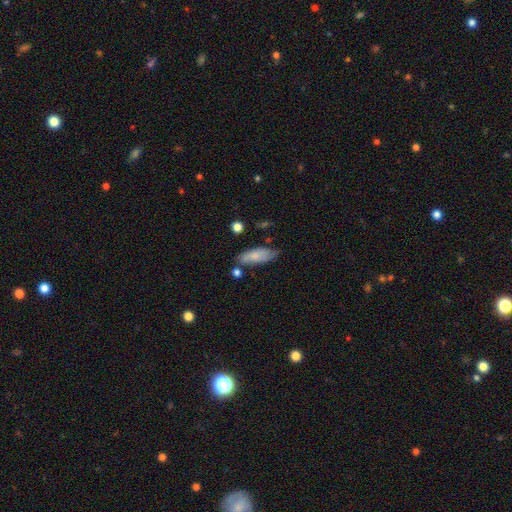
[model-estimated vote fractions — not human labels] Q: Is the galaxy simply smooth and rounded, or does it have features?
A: smooth — 74%.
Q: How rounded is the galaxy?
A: in between — 69%.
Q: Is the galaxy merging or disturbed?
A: none — 63%.